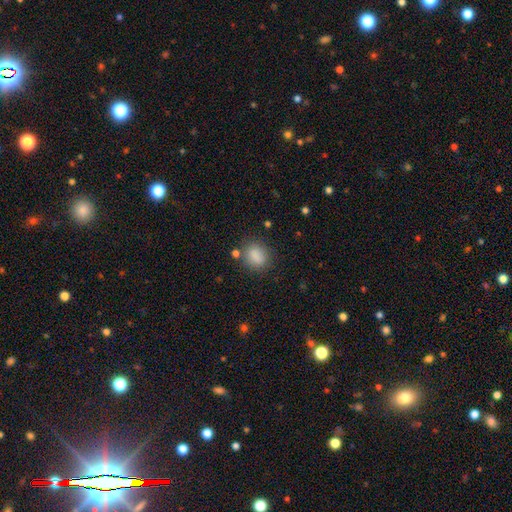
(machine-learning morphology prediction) This appears to be a smooth galaxy with no disk features (84%) that is in between round and cigar-shaped (50%). Merging: none (75%).